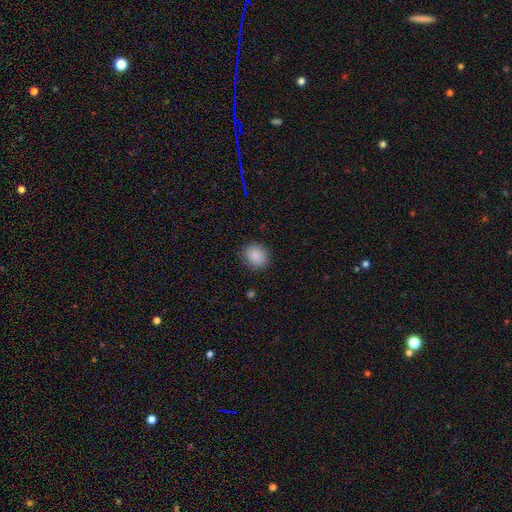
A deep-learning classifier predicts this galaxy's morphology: smooth-or-featured: smooth: 88% | star or artifact: 8% | featured or disk: 3%
  how-rounded: round: 71% | in between: 28% | cigar-shaped: 1%
  merging: none: 88% | minor disturbance: 9% | major disturbance: 3% | merger: 1%